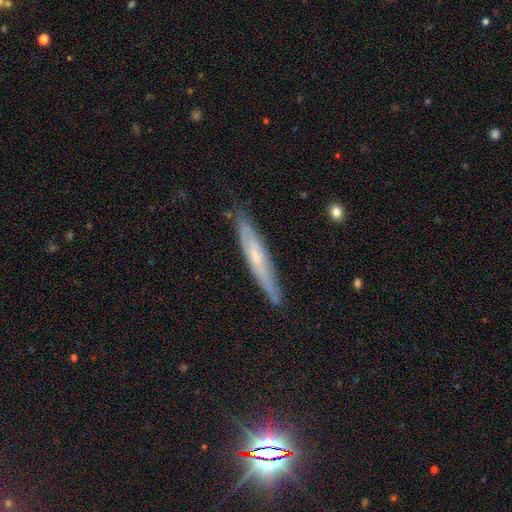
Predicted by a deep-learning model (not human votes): A featured or disk galaxy (60%) viewed edge-on (74%).

Vote fractions:
- Smooth or featured? featured or disk: 60% / smooth: 33% / star or artifact: 7%
- Edge-on disk? yes: 74% / no: 26%
- Merging? none: 78% / minor disturbance: 18% / major disturbance: 3% / merger: 1%